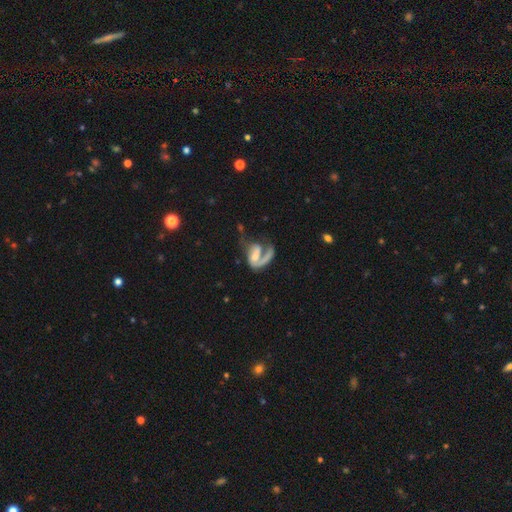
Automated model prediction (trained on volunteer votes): The model was most divided on "bulge size": small: 34%, moderate: 29%, none: 26%, large: 8%, dominant: 3%. Remaining: edge-on disk — no (96%); spiral arms — yes (74%); smooth or featured — featured or disk (65%); bar — no (45%); merging — major disturbance (39%).